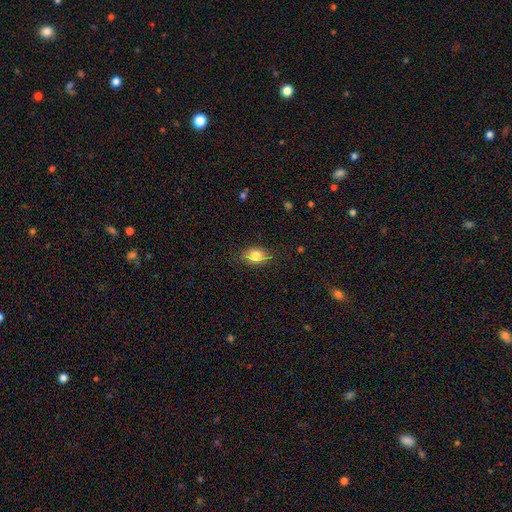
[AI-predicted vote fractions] Smooth or featured? Predicted: smooth (p=0.81). How rounded? Predicted: in between (p=0.75). Merging? Predicted: none (p=0.80).